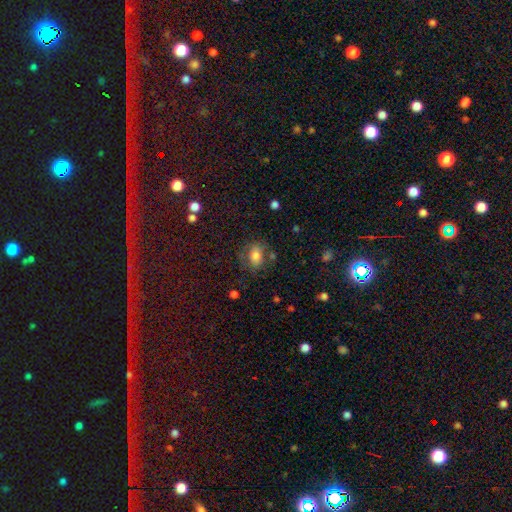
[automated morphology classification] A smooth galaxy with no disk features (73%) that is in between round and cigar-shaped (75%).

Vote fractions:
- Smooth or featured? smooth: 73% / featured or disk: 16% / star or artifact: 11%
- How rounded? in between: 75% / round: 23% / cigar-shaped: 2%
- Merging? none: 63% / minor disturbance: 21% / major disturbance: 10% / merger: 5%